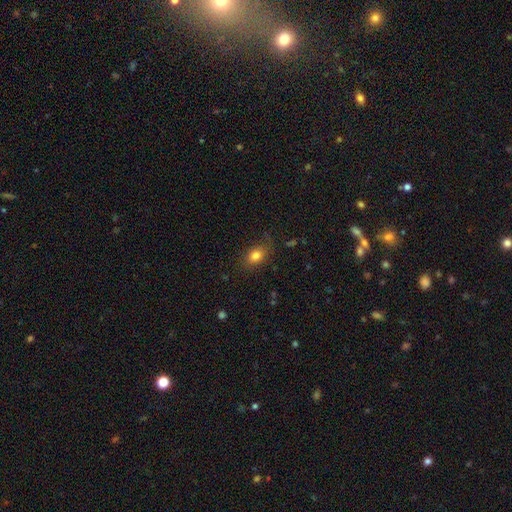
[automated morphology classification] Smooth or featured: smooth — 81% (star or artifact — 10%)
How rounded: in between — 75% (round — 24%)
Merging: none — 76% (minor disturbance — 17%)